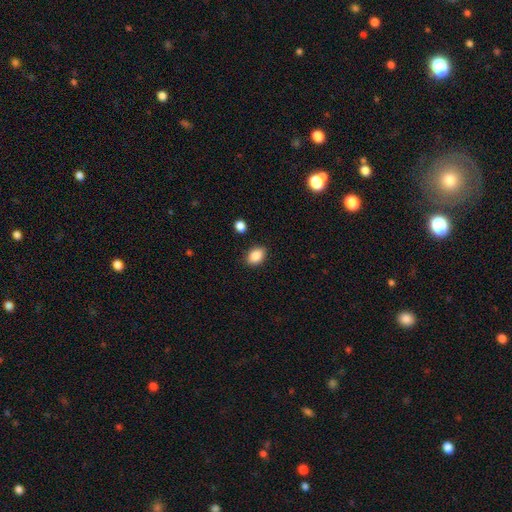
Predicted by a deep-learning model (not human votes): Overall: smooth (88%). How rounded: in between (79%). Merging: none (86%).